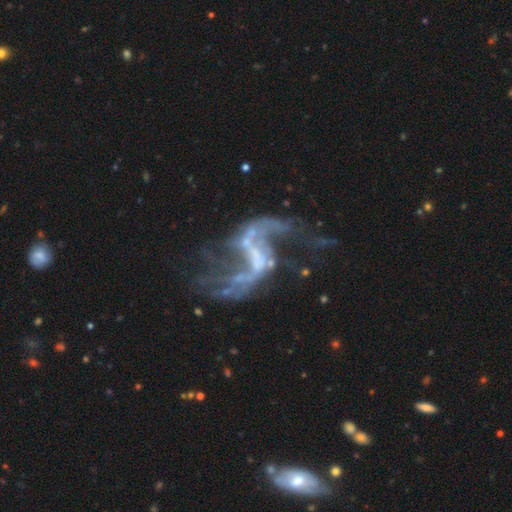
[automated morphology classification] Smooth or featured?
  - featured or disk: 86% *
  - star or artifact: 9%
  - smooth: 5%
Edge-on disk?
  - no: 97% *
  - yes: 3%
Bar?
  - weak: 42% *
  - strong: 31%
  - no: 27%
Spiral arms?
  - yes: 84% *
  - no: 16%
Spiral winding?
  - loose: 88% *
  - medium: 9%
  - tight: 3%
Spiral arm count?
  - 2: 81% *
  - can't tell: 6%
  - 1: 5%
  - 3: 3%
  - 4: 2%
  - more than 4: 2%
Bulge size?
  - none: 52% *
  - small: 32%
  - moderate: 13%
  - large: 2%
  - dominant: 1%
Merging?
  - major disturbance: 35% * (tied)
  - none: 35% * (tied)
  - merger: 16%
  - minor disturbance: 14%